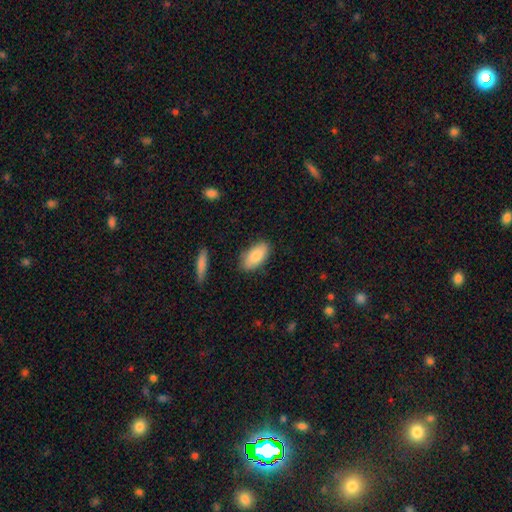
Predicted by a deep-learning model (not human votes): Smooth or featured? smooth (84%)
How rounded? in between (92%)
Merging? none (82%)